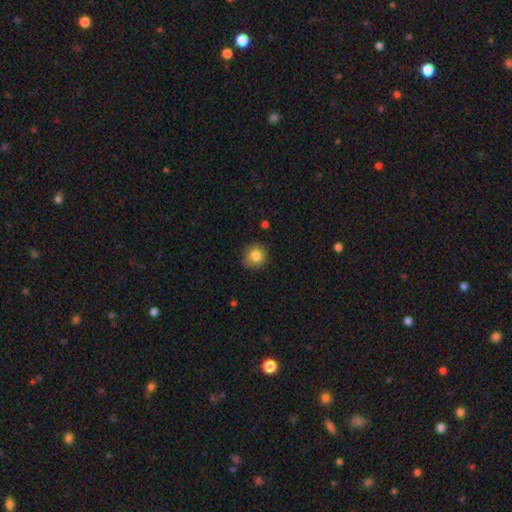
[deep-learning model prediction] Smooth or featured? smooth (83%)
How rounded? round (87%)
Merging? none (81%)